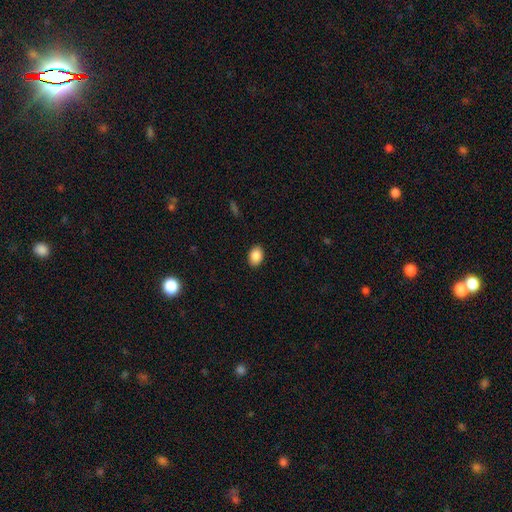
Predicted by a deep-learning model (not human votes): Smooth or featured? smooth (89%)
How rounded? in between (78%)
Merging? none (90%)